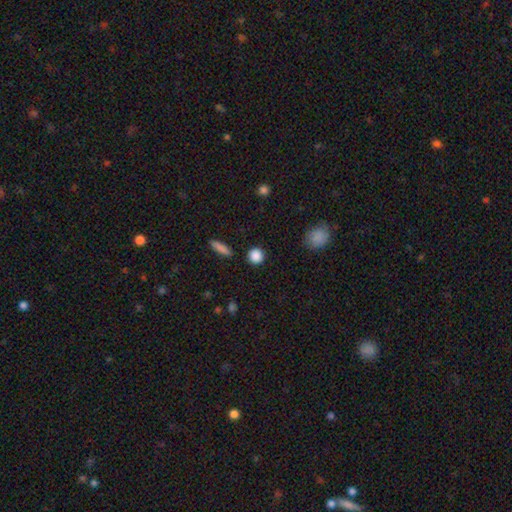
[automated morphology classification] type=smooth (87%); roundness=round (91%); merging=none (90%).